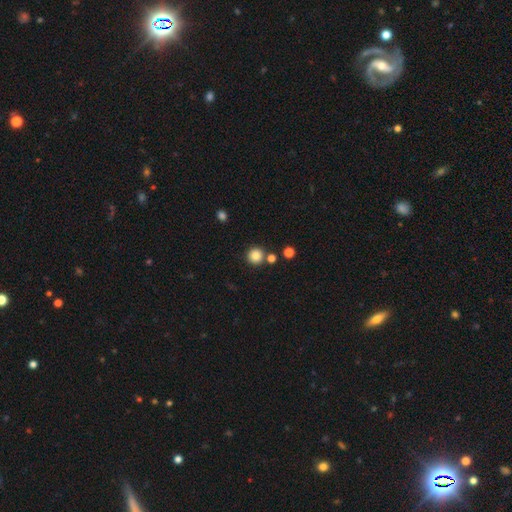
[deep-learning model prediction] Smooth or featured? Predicted: smooth (p=0.84). How rounded? Predicted: round (p=0.94). Merging? Predicted: none (p=0.81).